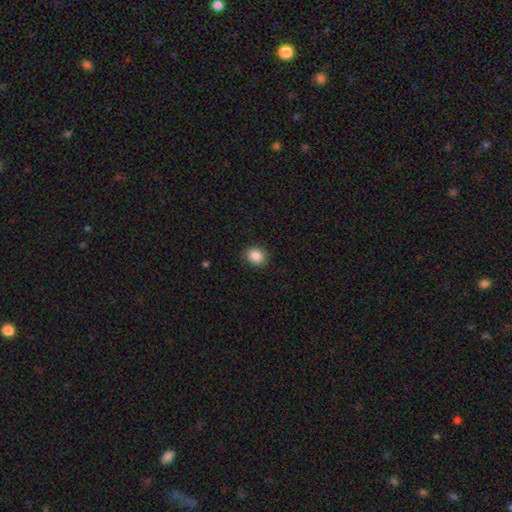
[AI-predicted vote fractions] Smooth or featured: smooth — 87% (star or artifact — 9%)
How rounded: round — 57% (in between — 42%)
Merging: none — 88% (minor disturbance — 9%)